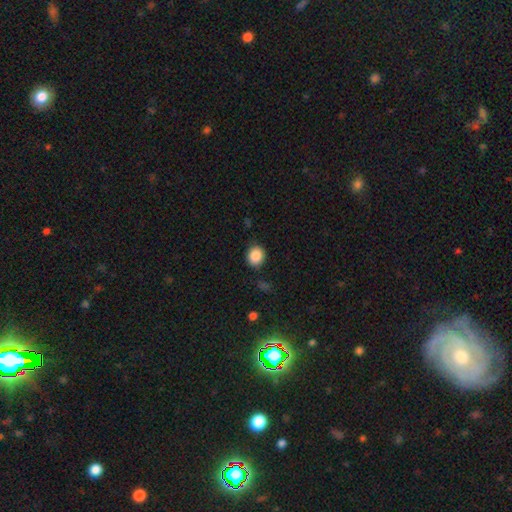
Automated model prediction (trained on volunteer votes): smooth 87%, star or artifact 9%, featured or disk 4%. Down the decision tree: how rounded — round (72%); merging — none (84%).